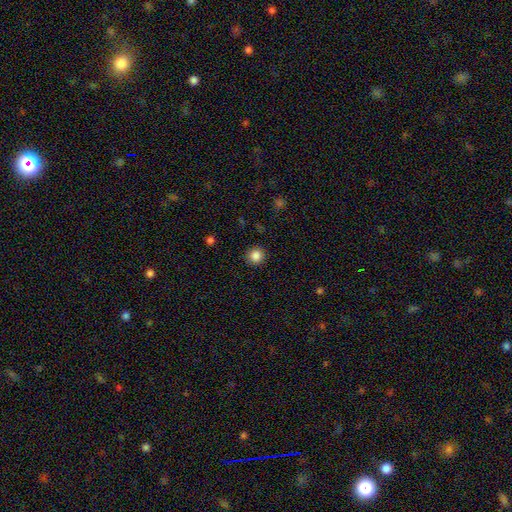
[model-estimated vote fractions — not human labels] This is clearly a smooth galaxy (86%). How rounded: clearly round (94%). Merging: clearly none (92%).